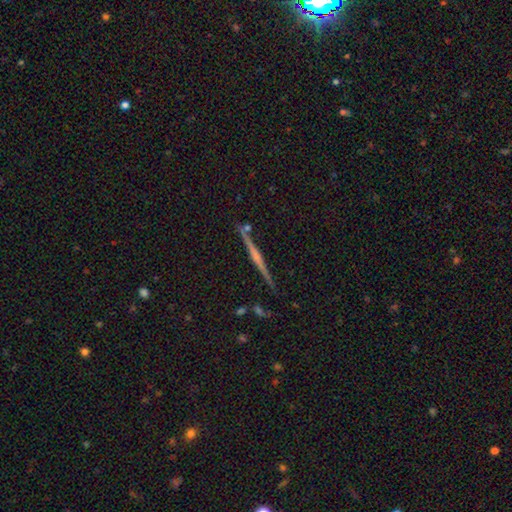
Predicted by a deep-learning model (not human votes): featured or disk 76%, smooth 16%, star or artifact 9%. Down the decision tree: edge-on disk — yes (98%); edge-on bulge — rounded (61%); merging — none (88%).